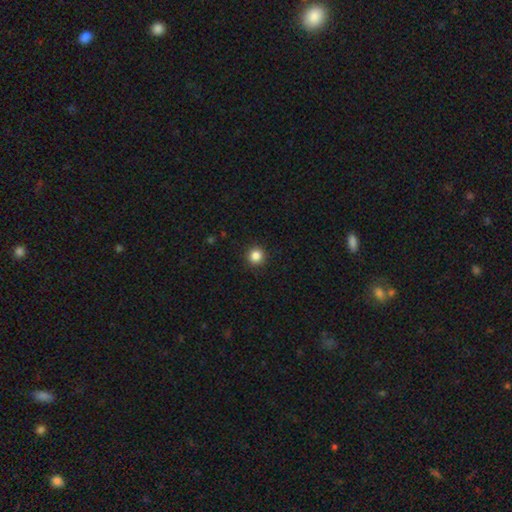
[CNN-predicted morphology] This is clearly a smooth galaxy (85%). How rounded: clearly round (94%). Merging: clearly none (92%).